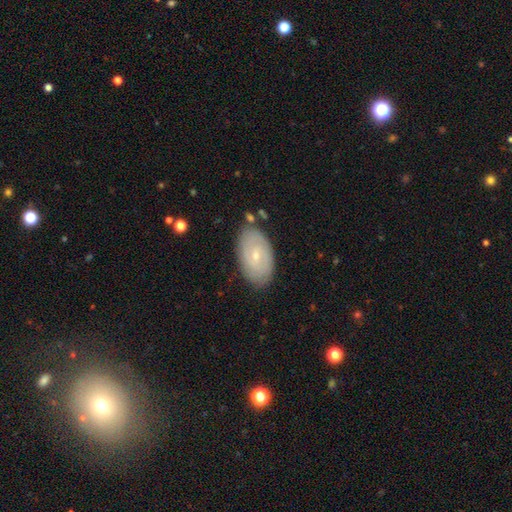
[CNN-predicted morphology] Smooth or featured: featured or disk — 60% (smooth — 33%)
Edge-on disk: no — 94% (yes — 6%)
Bar: no — 57% (weak — 36%)
Spiral arms: yes — 78% (no — 22%)
Bulge size: small — 74% (moderate — 22%)
Merging: none — 80% (minor disturbance — 15%)